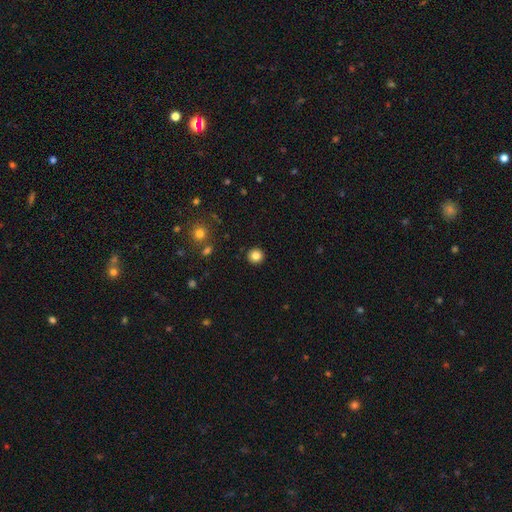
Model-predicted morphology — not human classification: Smooth or featured? Predicted: smooth (p=0.83). How rounded? Predicted: round (p=0.94). Merging? Predicted: none (p=0.92).